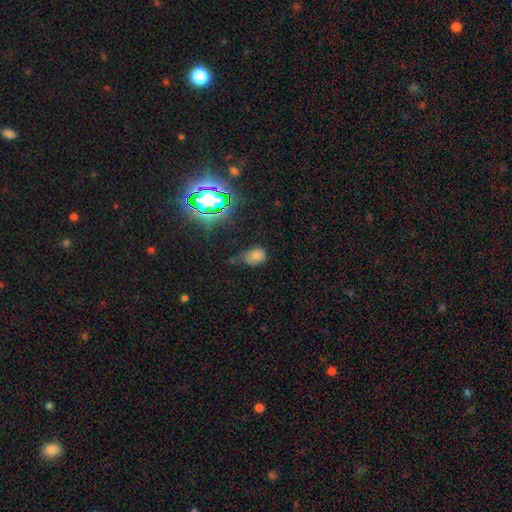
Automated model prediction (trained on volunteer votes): A smooth galaxy with no disk features (69%) that is in between round and cigar-shaped (73%).

Vote fractions:
- Smooth or featured? smooth: 69% / star or artifact: 22% / featured or disk: 9%
- How rounded? in between: 73% / round: 25% / cigar-shaped: 2%
- Merging? none: 45% / minor disturbance: 38% / major disturbance: 12% / merger: 5%